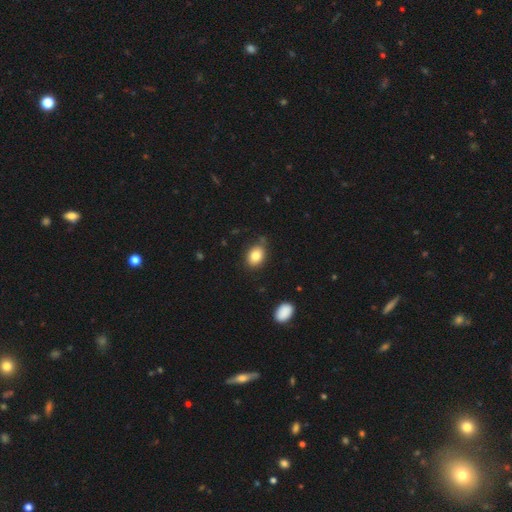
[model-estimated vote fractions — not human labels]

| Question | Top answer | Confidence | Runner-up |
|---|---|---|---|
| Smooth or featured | smooth | 83% | star or artifact (9%) |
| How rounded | in between | 71% | round (28%) |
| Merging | none | 76% | minor disturbance (18%) |